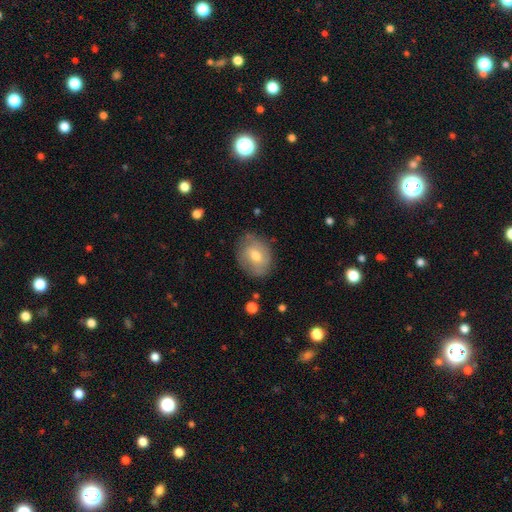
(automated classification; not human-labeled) Morphology: type=smooth (60%); roundness=in between (53%); merging=none (76%).